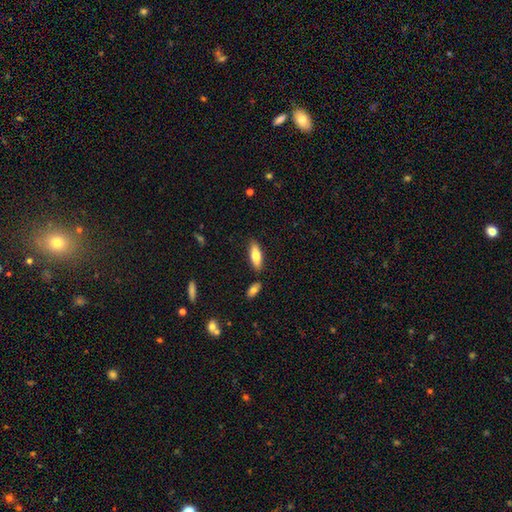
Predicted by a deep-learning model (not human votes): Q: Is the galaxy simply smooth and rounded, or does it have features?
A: smooth — 76%.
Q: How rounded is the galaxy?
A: in between — 56%.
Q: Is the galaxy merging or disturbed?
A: none — 84%.